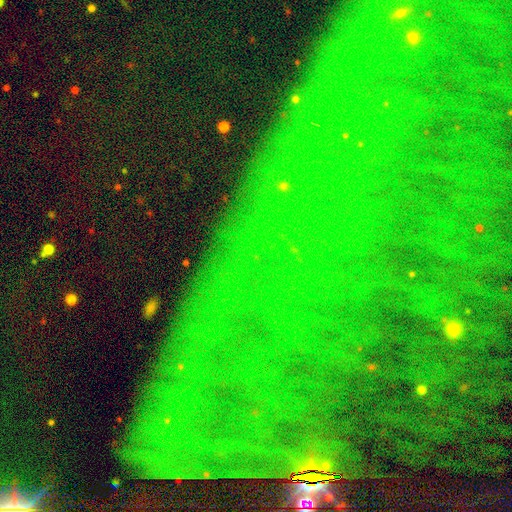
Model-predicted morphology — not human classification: Smooth or featured: star or artifact — 85% (featured or disk — 8%)